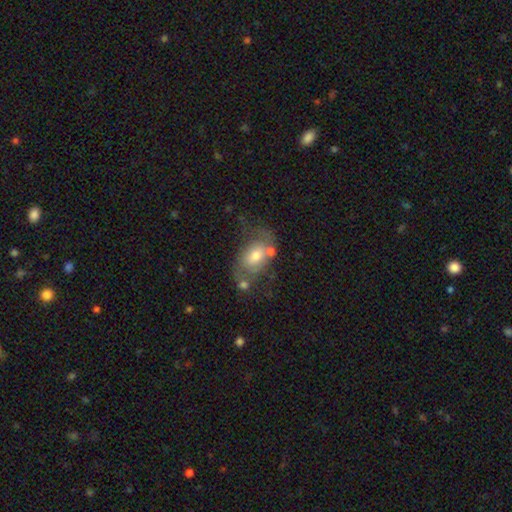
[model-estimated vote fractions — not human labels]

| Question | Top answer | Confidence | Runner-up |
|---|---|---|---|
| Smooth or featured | featured or disk | 46% | smooth (45%) |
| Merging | none | 47% | minor disturbance (23%) |